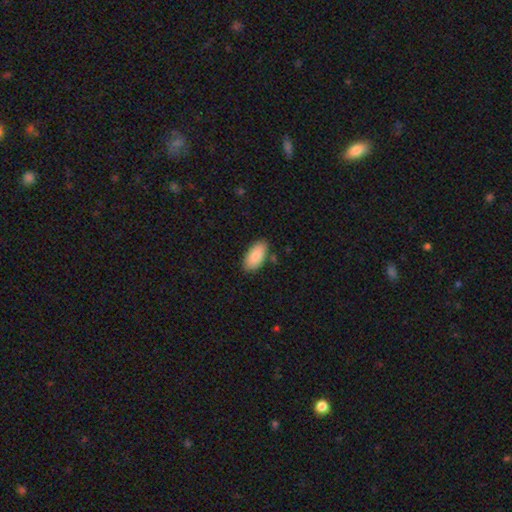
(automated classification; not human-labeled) smooth-or-featured: smooth: 87% | featured or disk: 7% | star or artifact: 6%
  how-rounded: in between: 92% | cigar-shaped: 6% | round: 2%
  merging: none: 83% | minor disturbance: 12% | major disturbance: 2% | merger: 2%